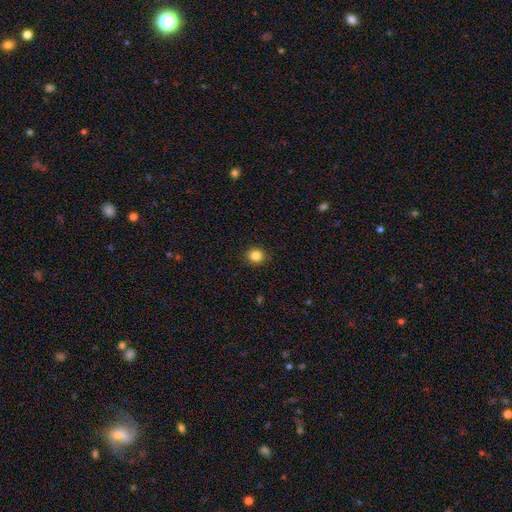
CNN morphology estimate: Smooth or featured? smooth (85%)
How rounded? round (84%)
Merging? none (89%)